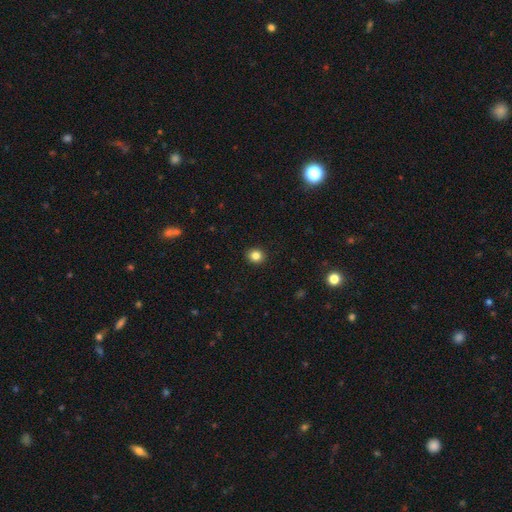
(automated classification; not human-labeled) A smooth galaxy with no disk features (83%) that is round (76%).

Vote fractions:
- Smooth or featured? smooth: 83% / star or artifact: 11% / featured or disk: 5%
- How rounded? round: 76% / in between: 23% / cigar-shaped: 1%
- Merging? none: 92% / minor disturbance: 5% / major disturbance: 2% / merger: 1%